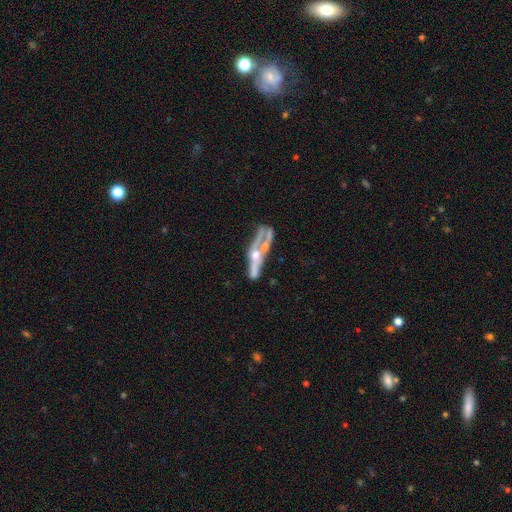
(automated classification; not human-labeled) This appears to be a featured or disk galaxy (69%). Merging: merger (35%).